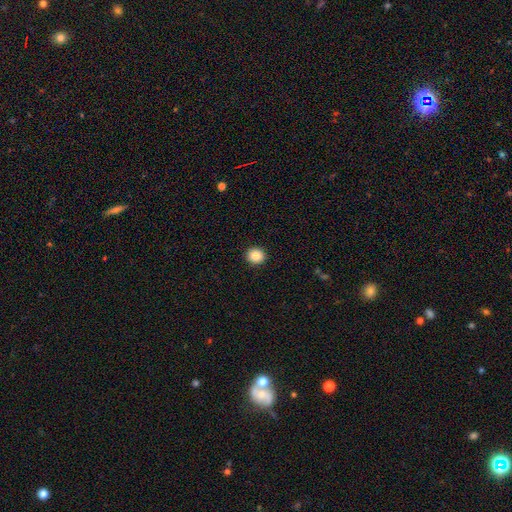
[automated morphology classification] The model was most divided on "smooth or featured": smooth: 83%, star or artifact: 9%, featured or disk: 7%. More confident: merging — none (93%); how rounded — round (88%).